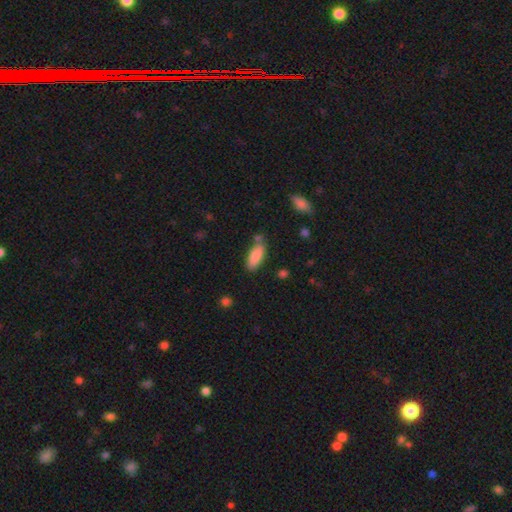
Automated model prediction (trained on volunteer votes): Overall: smooth (86%). How rounded: in between (74%). Merging: none (71%).